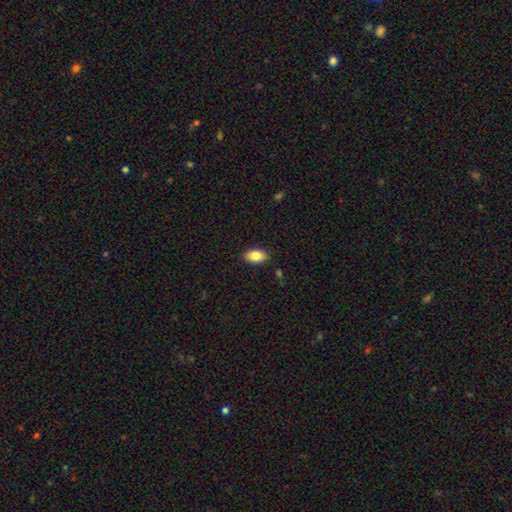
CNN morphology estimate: A smooth galaxy with no disk features (84%) that is in between round and cigar-shaped (92%).

Vote fractions:
- Smooth or featured? smooth: 84% / featured or disk: 8% / star or artifact: 7%
- How rounded? in between: 92% / round: 5% / cigar-shaped: 2%
- Merging? none: 87% / minor disturbance: 9% / major disturbance: 2% / merger: 1%